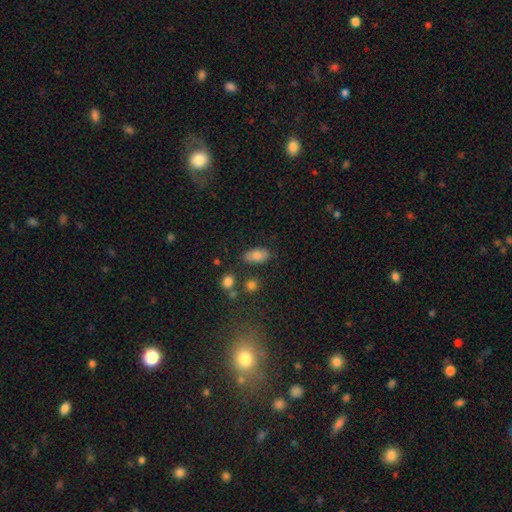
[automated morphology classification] smooth-or-featured: smooth: 77% | featured or disk: 14% | star or artifact: 9%
  how-rounded: in between: 91% | round: 6% | cigar-shaped: 3%
  merging: none: 78% | minor disturbance: 14% | merger: 4% | major disturbance: 4%